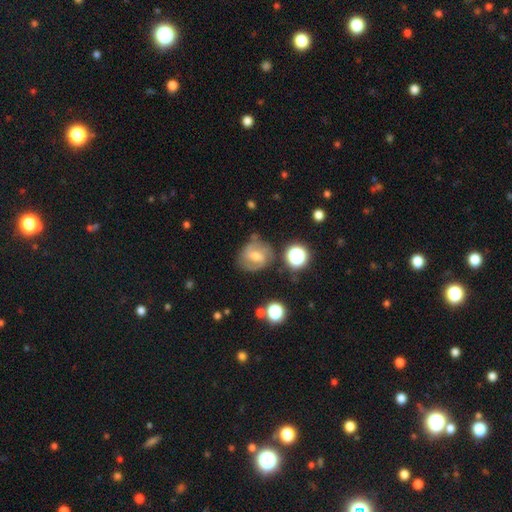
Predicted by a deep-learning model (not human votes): Smooth or featured? featured or disk (60%)
Edge-on disk? no (96%)
Bar? weak (52%)
Spiral arms? yes (83%)
Bulge size? moderate (55%)
Merging? none (67%)